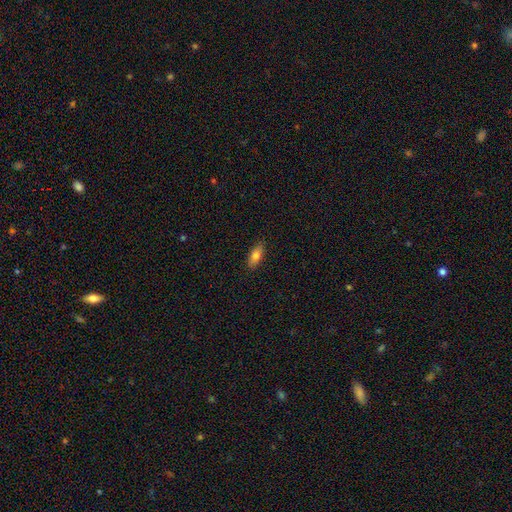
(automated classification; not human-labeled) smooth_or_featured: smooth (p=0.78) [alt: featured or disk p=0.14]
how_rounded: in between (p=0.80) [alt: cigar-shaped p=0.18]
merging: none (p=0.88) [alt: minor disturbance p=0.10]